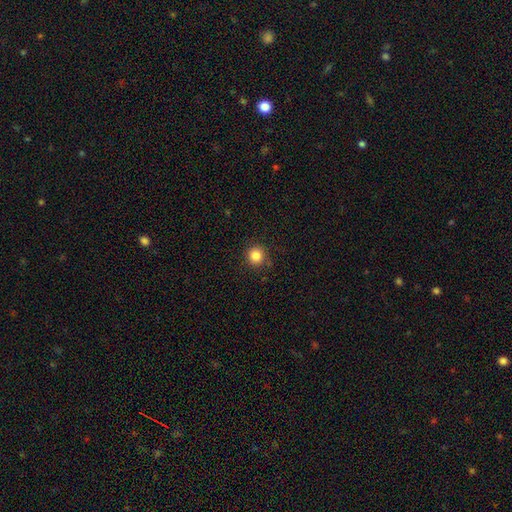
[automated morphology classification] Smooth or featured?
  - smooth: 85% *
  - star or artifact: 11%
  - featured or disk: 4%
How rounded?
  - round: 93% *
  - in between: 6%
  - cigar-shaped: 1%
Merging?
  - none: 88% *
  - minor disturbance: 8%
  - major disturbance: 2%
  - merger: 1%